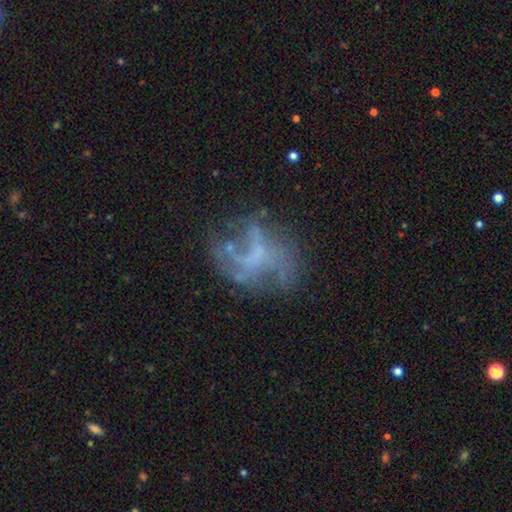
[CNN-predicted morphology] smooth-or-featured: featured or disk: 68% | smooth: 18% | star or artifact: 14%
  disk-edge-on: no: 98% | yes: 2%
    bar: no: 67% | weak: 26% | strong: 7%
    has-spiral-arms: no: 51% | yes: 49%
    bulge-size: none: 65% | small: 22% | moderate: 10% | large: 2% | dominant: 1%
  merging: none: 49% | major disturbance: 28% | minor disturbance: 18% | merger: 5%